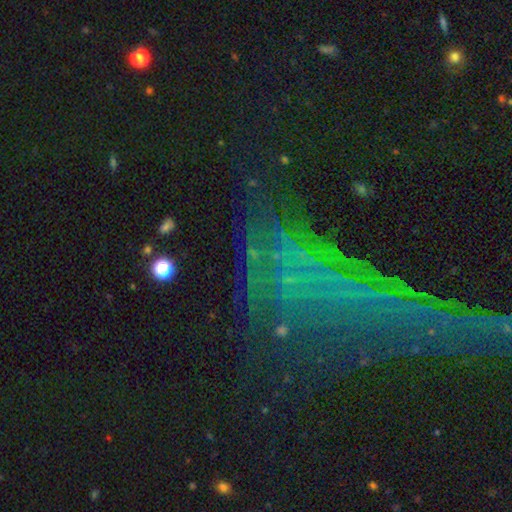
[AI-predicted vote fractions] A star or artifact, not a galaxy (66%).

Vote fractions:
- Smooth or featured? star or artifact: 66% / featured or disk: 19% / smooth: 15%